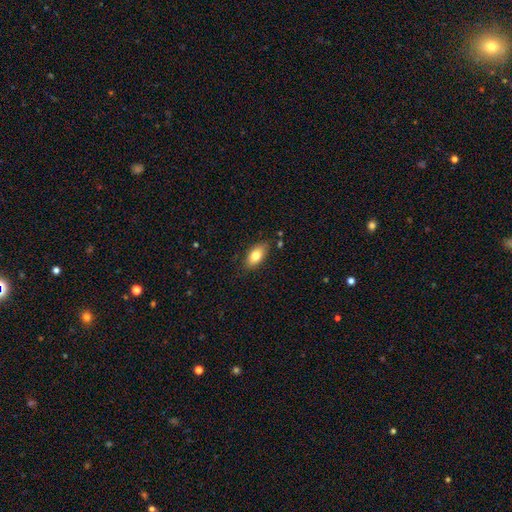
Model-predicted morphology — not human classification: Smooth or featured? Predicted: smooth (p=0.80). How rounded? Predicted: in between (p=0.90). Merging? Predicted: none (p=0.81).